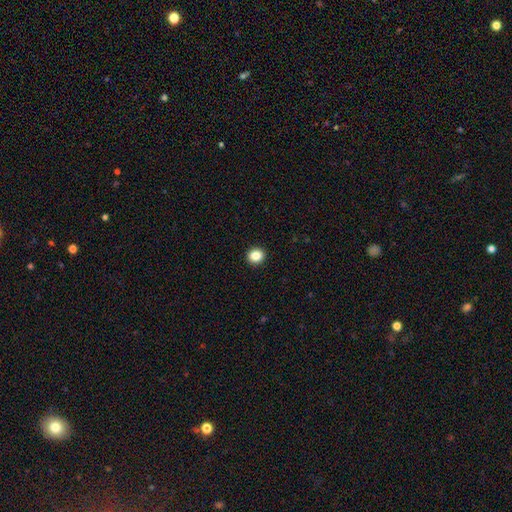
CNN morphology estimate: A smooth galaxy with no disk features (86%) that is round (85%).

Vote fractions:
- Smooth or featured? smooth: 86% / star or artifact: 10% / featured or disk: 4%
- How rounded? round: 85% / in between: 14% / cigar-shaped: 1%
- Merging? none: 93% / minor disturbance: 4% / major disturbance: 1% / merger: 1%